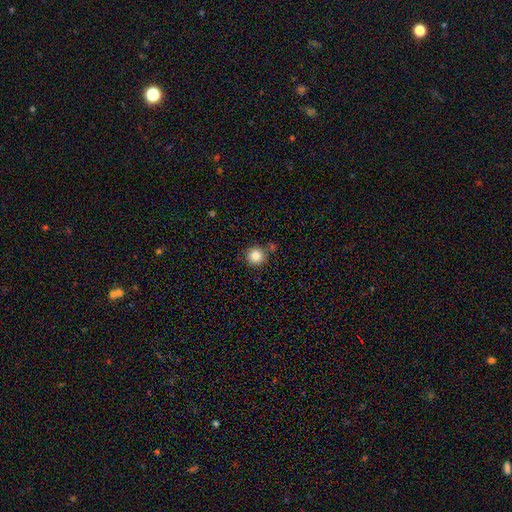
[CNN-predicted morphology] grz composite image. It shows a smooth galaxy with no disk features (84%) that is round (93%). Merging: none (78%).